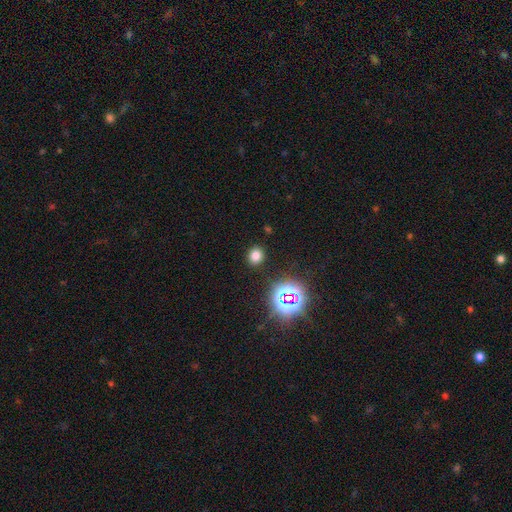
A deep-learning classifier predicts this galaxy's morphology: Smooth or featured?
  - smooth: 72% *
  - star or artifact: 22%
  - featured or disk: 6%
How rounded?
  - round: 67% *
  - in between: 32%
  - cigar-shaped: 1%
Merging?
  - none: 88% *
  - minor disturbance: 7%
  - major disturbance: 3%
  - merger: 2%